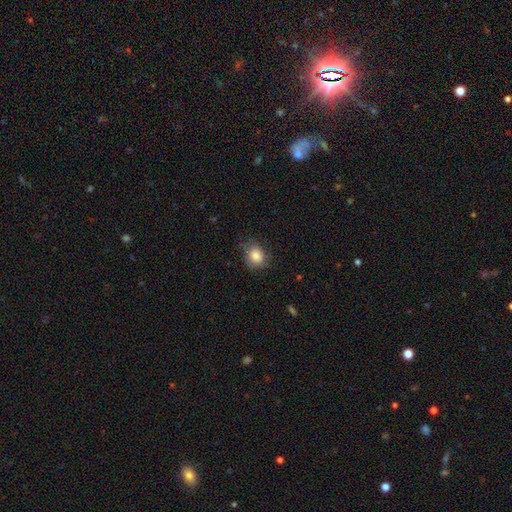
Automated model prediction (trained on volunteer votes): Smooth or featured: smooth — 83% (featured or disk — 9%)
How rounded: round — 70% (in between — 29%)
Merging: none — 63% (minor disturbance — 27%)